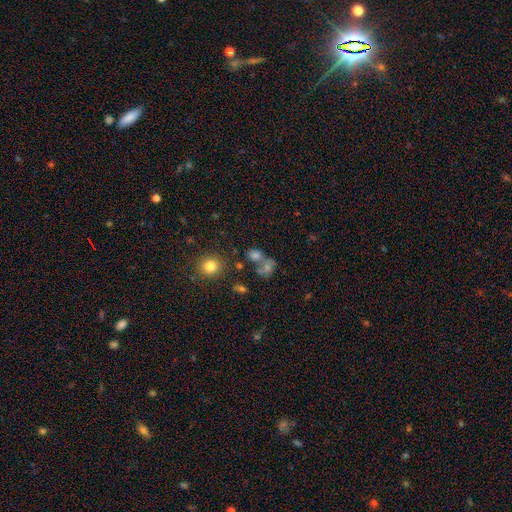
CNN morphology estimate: This is likely a smooth galaxy (66%). How rounded: possibly round (55%). Merging: marginally none (44%).